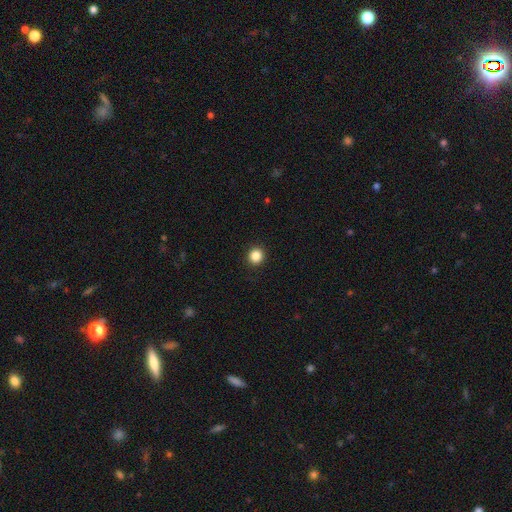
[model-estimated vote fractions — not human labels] The model was most divided on "smooth or featured": smooth: 86%, star or artifact: 11%, featured or disk: 3%. More confident: merging — none (93%); how rounded — round (92%).